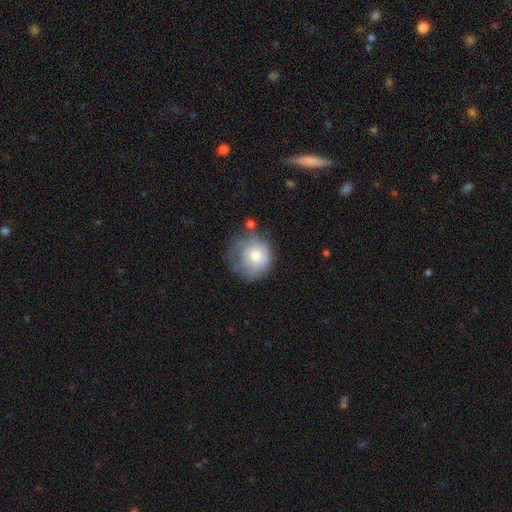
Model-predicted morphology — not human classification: This is likely a smooth galaxy (64%). How rounded: likely round (80%). Merging: possibly none (46%).